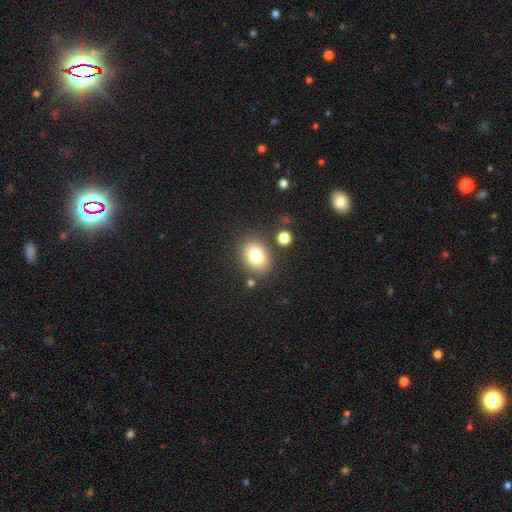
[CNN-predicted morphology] Smooth or featured: smooth — 79% (featured or disk — 11%)
How rounded: in between — 67% (round — 32%)
Merging: none — 81% (minor disturbance — 10%)